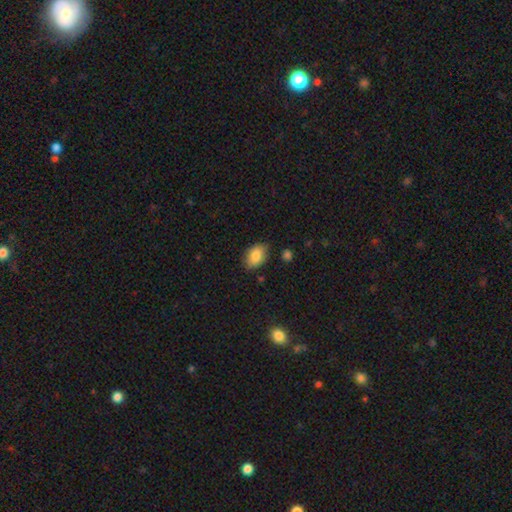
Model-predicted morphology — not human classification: Q: Smooth or featured?
A: smooth (85%); runner-up: featured or disk (8%)
Q: How rounded?
A: in between (85%); runner-up: round (13%)
Q: Merging?
A: none (79%); runner-up: minor disturbance (16%)